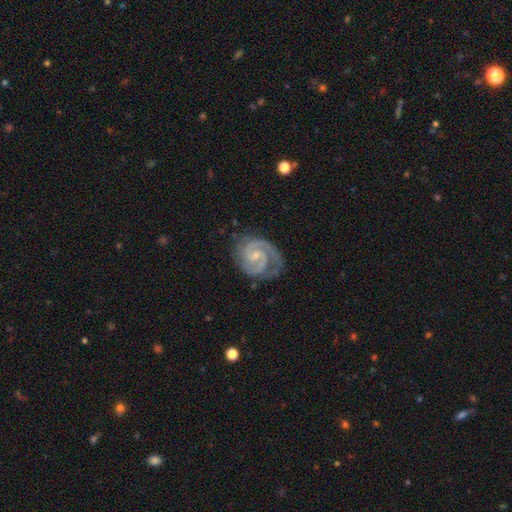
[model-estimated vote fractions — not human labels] This appears to be a featured or disk galaxy (91%) with a weak bar (47%), 2 (85%) tight (56%) spiral arms (98%) and a small central bulge (66%). Merging: none (72%).